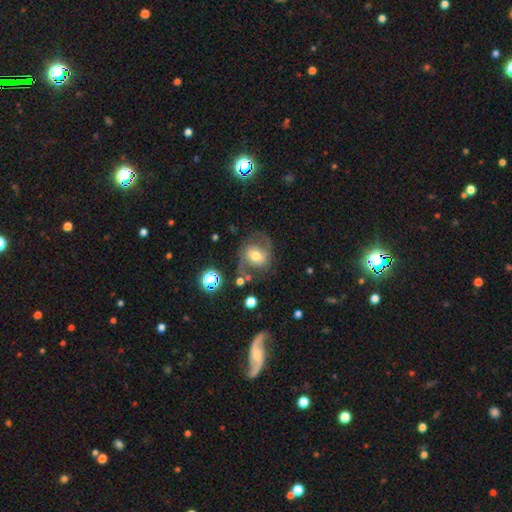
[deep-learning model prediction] smooth_or_featured: featured or disk (p=0.62) [alt: smooth p=0.27]
disk_edge_on: no (p=0.97) [alt: yes p=0.03]
bar: no (p=0.45) [alt: weak p=0.39]
has_spiral_arms: yes (p=0.85) [alt: no p=0.15]
spiral_winding: medium (p=0.50) [alt: loose p=0.34]
spiral_arm_count: 2 (p=0.87) [alt: can't tell p=0.06]
bulge_size: moderate (p=0.66) [alt: small p=0.16]
merging: none (p=0.63) [alt: minor disturbance p=0.18]